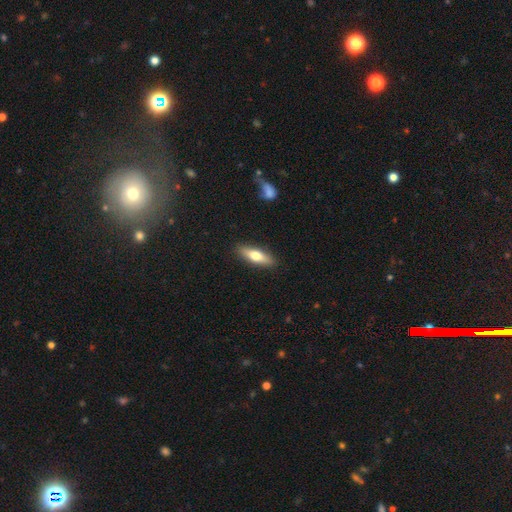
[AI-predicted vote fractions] Morphology: type=smooth (64%); roundness=cigar-shaped (52%); merging=none (89%).